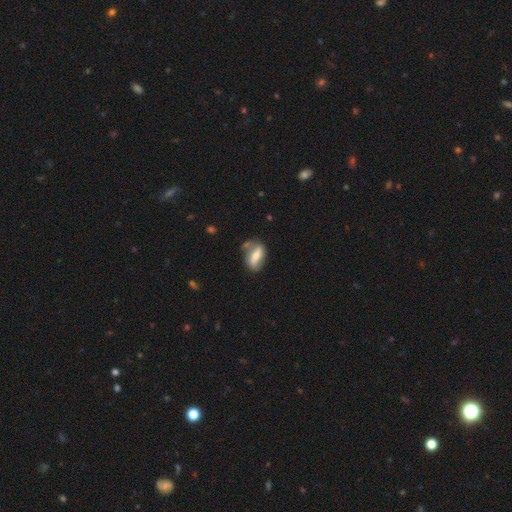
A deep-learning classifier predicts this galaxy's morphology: Smooth or featured: smooth — 47% (featured or disk — 45%)
Merging: none — 59% (minor disturbance — 23%)